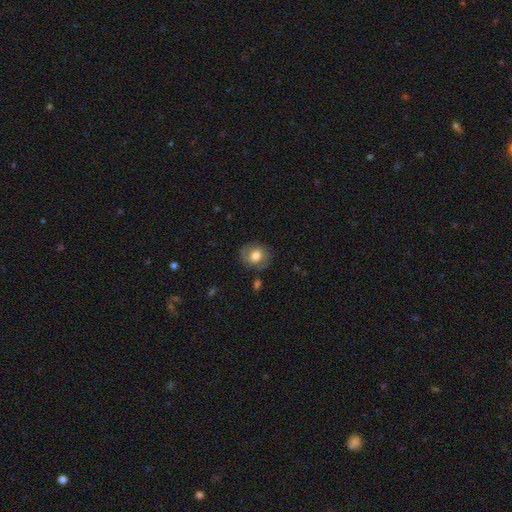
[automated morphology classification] smooth_or_featured: smooth (p=0.70) [alt: featured or disk p=0.22]
how_rounded: round (p=0.73) [alt: in between p=0.26]
merging: none (p=0.80) [alt: minor disturbance p=0.14]